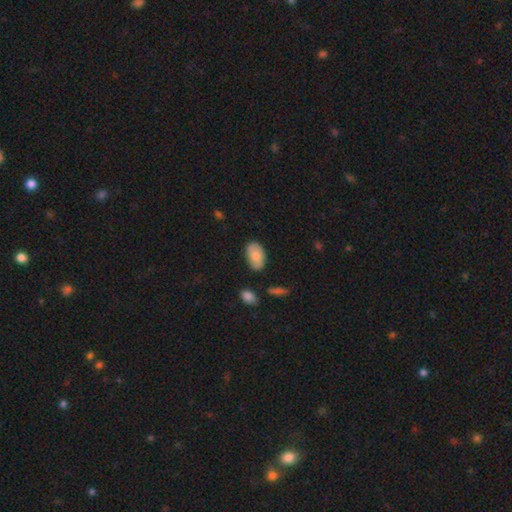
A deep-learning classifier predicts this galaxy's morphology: Overall: smooth (79%). How rounded: in between (93%). Merging: none (75%).